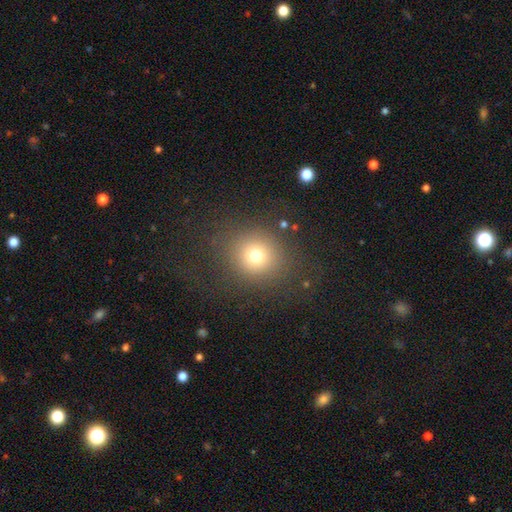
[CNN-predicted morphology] The model was most divided on "smooth or featured": smooth: 73%, star or artifact: 17%, featured or disk: 10%. More confident: how rounded — round (88%); merging — none (84%).